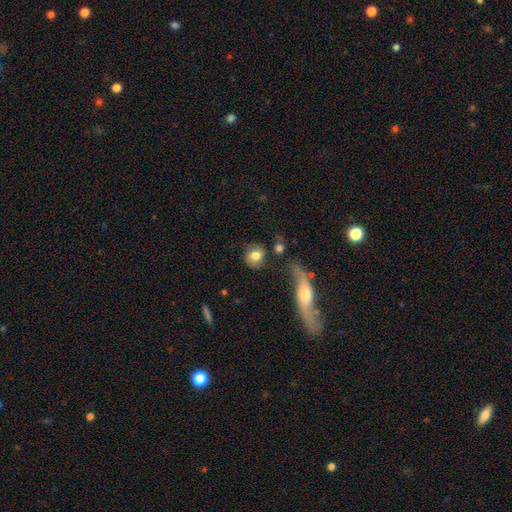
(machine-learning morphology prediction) smooth-or-featured: smooth: 71% | featured or disk: 21% | star or artifact: 8%
  how-rounded: round: 77% | in between: 20% | cigar-shaped: 2%
  merging: none: 70% | minor disturbance: 16% | merger: 8% | major disturbance: 7%